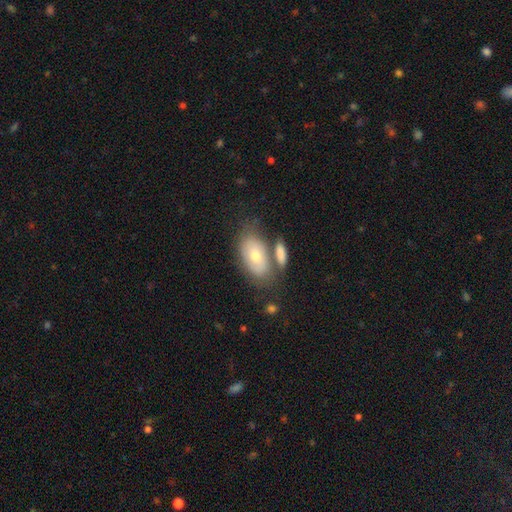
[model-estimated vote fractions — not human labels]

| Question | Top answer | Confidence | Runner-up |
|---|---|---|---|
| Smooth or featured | smooth | 63% | featured or disk (30%) |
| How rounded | in between | 91% | round (6%) |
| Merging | none | 52% | merger (25%) |